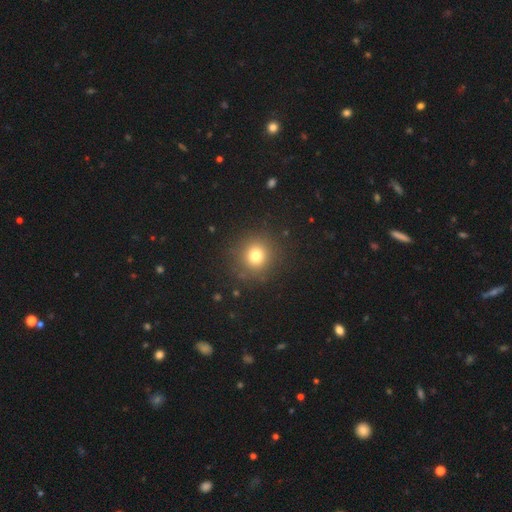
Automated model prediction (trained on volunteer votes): Smooth or featured: smooth — 76% (star or artifact — 16%)
How rounded: round — 92% (in between — 7%)
Merging: none — 89% (minor disturbance — 7%)